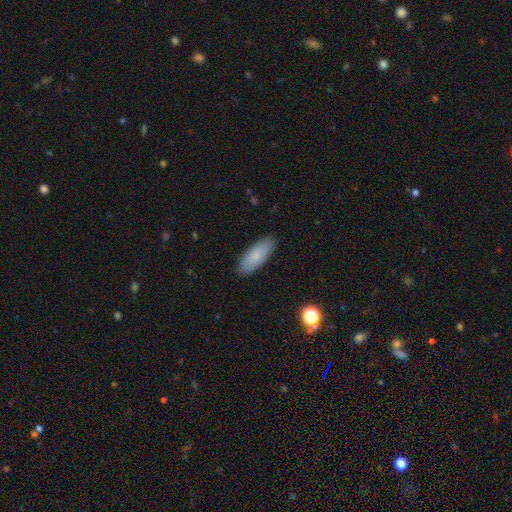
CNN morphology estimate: smooth-or-featured: smooth: 83% | featured or disk: 10% | star or artifact: 6%
  how-rounded: in between: 73% | cigar-shaped: 25% | round: 2%
  merging: none: 89% | minor disturbance: 8% | major disturbance: 2% | merger: 1%